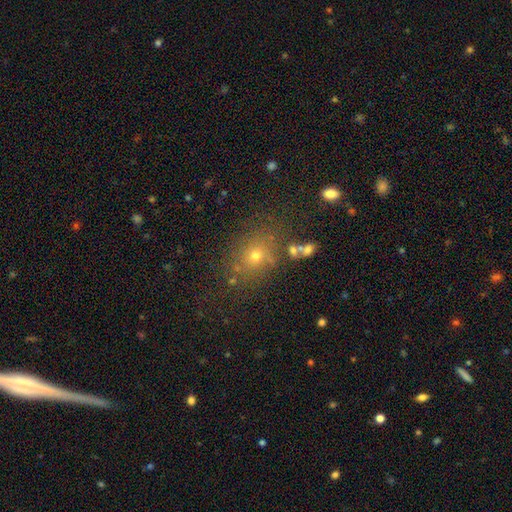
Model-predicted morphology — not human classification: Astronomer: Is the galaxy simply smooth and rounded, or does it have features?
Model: smooth — 64%.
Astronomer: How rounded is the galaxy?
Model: round — 62%.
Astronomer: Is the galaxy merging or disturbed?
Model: none — 75%.